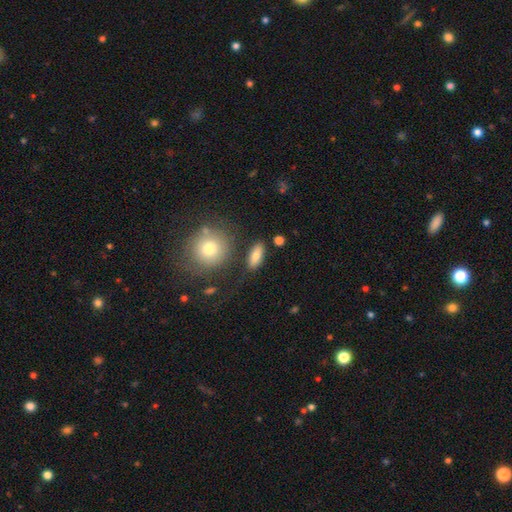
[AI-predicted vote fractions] smooth_or_featured: smooth (p=0.80) [alt: featured or disk p=0.12]
how_rounded: in between (p=0.77) [alt: cigar-shaped p=0.17]
merging: none (p=0.81) [alt: minor disturbance p=0.11]